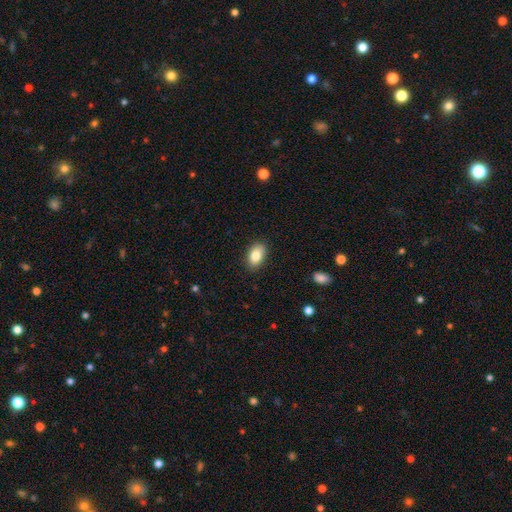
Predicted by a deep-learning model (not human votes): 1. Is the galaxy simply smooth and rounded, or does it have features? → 83% smooth, 9% featured or disk, 8% star or artifact.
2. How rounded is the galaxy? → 89% in between, 10% round, 2% cigar-shaped.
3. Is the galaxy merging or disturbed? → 87% none, 10% minor disturbance, 2% major disturbance, 1% merger.